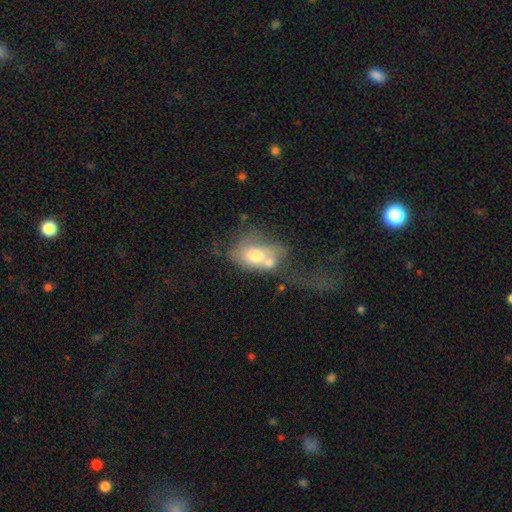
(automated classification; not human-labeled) Morphology: type=smooth (56%); roundness=in between (78%); merging=merger (46%).